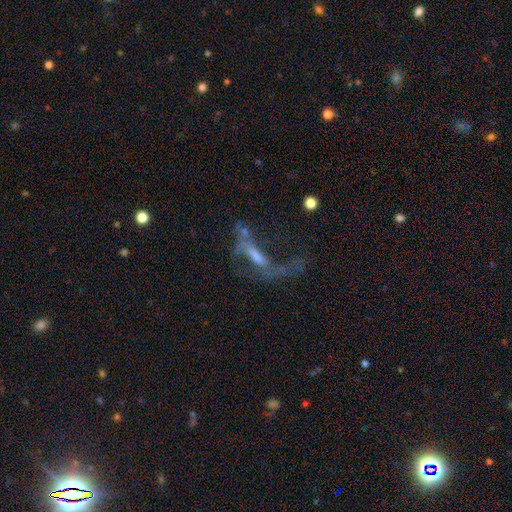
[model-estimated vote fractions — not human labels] The model was most divided on "merging": major disturbance: 51%, none: 25%, minor disturbance: 13%, merger: 11%. More confident: edge-on disk — no (78%); smooth or featured — featured or disk (59%).